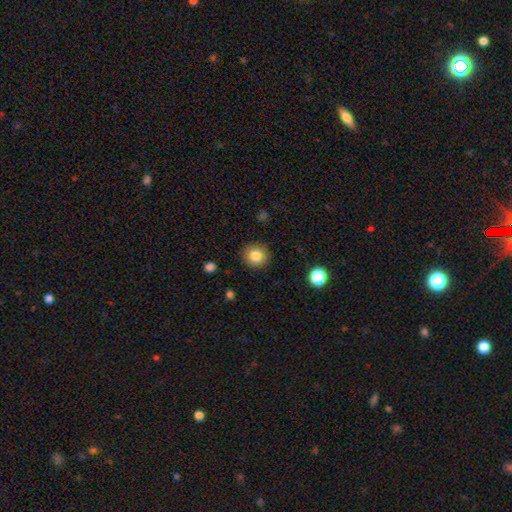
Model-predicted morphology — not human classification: Smooth or featured?
  - smooth: 83% *
  - star or artifact: 10%
  - featured or disk: 7%
How rounded?
  - round: 91% *
  - in between: 8%
  - cigar-shaped: 1%
Merging?
  - none: 89% *
  - minor disturbance: 7%
  - major disturbance: 2%
  - merger: 1%